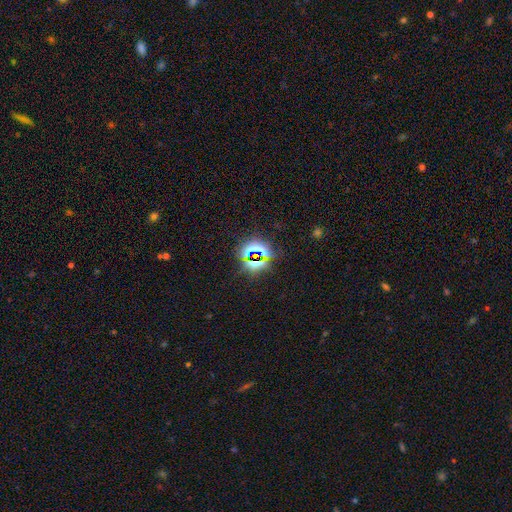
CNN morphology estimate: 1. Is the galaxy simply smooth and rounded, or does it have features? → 74% star or artifact, 18% smooth, 9% featured or disk.